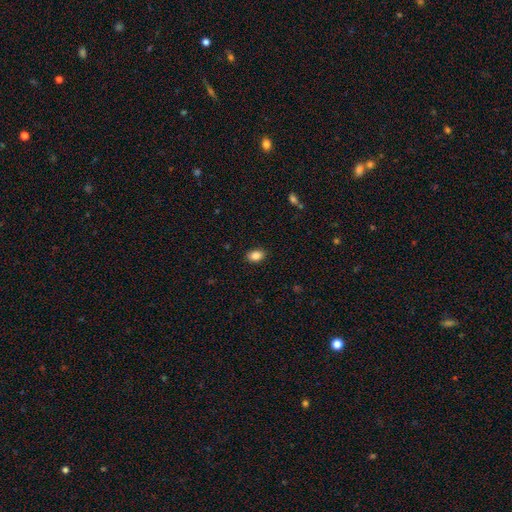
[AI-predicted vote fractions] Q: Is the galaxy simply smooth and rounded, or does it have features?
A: smooth — 87%.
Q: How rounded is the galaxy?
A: in between — 83%.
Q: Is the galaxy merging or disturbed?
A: none — 89%.